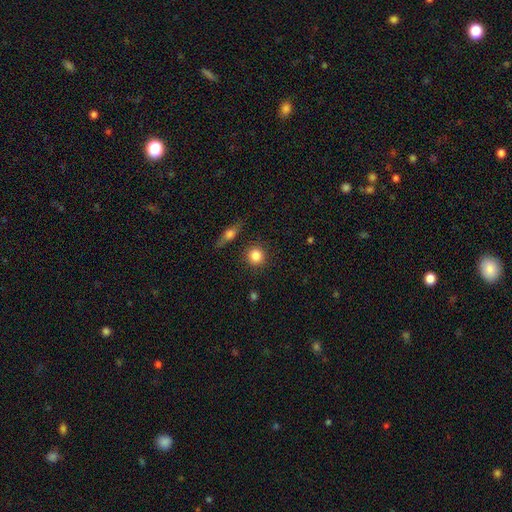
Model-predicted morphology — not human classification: This appears to be a smooth galaxy with no disk features (84%) that is round (91%). Merging: none (88%).